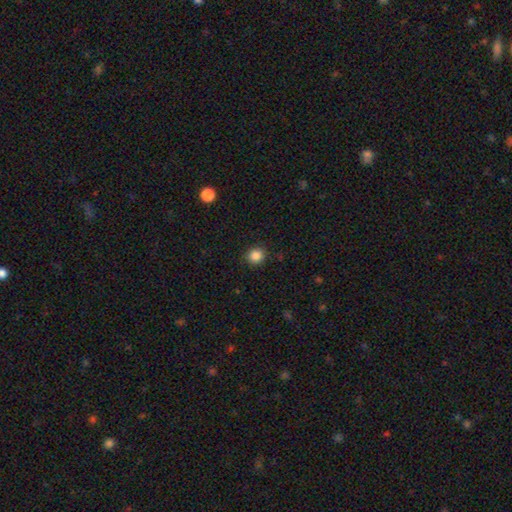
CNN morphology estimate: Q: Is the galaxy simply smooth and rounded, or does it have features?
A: smooth — 86%.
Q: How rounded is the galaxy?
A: round — 88%.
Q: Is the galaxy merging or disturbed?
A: none — 91%.